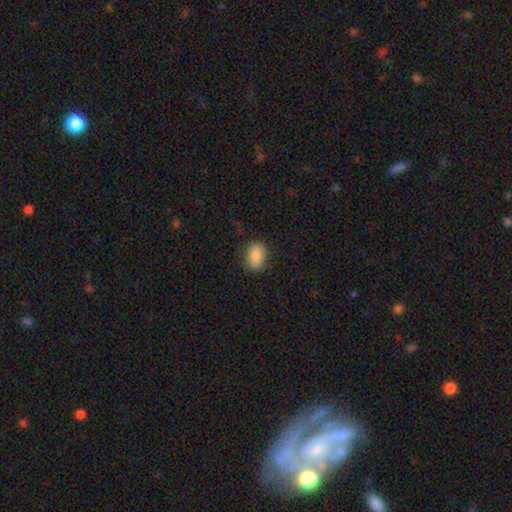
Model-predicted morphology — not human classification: Smooth or featured? smooth (86%)
How rounded? in between (82%)
Merging? none (80%)